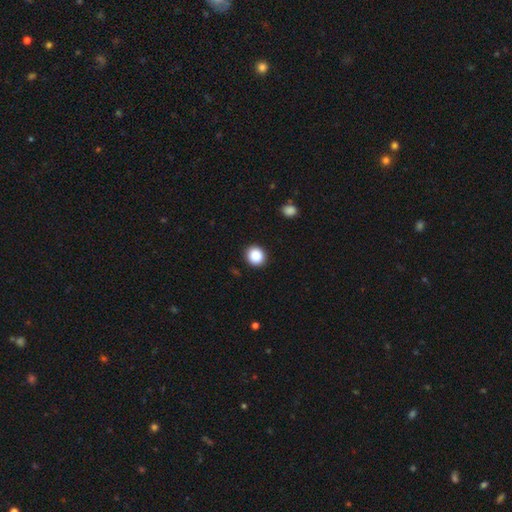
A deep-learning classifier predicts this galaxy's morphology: This appears to be a smooth galaxy with no disk features (88%) that is round (85%). Merging: none (91%).